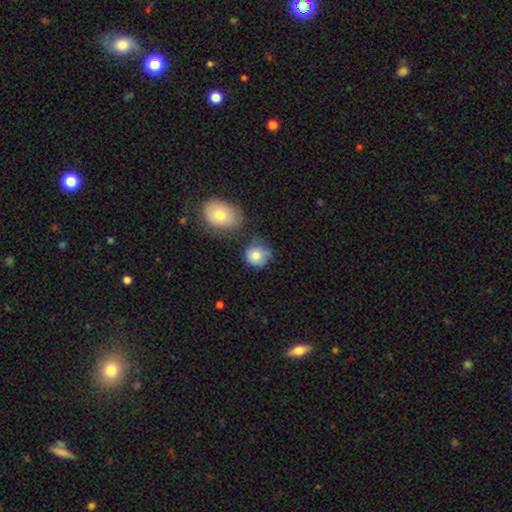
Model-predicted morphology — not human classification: This is likely a smooth galaxy (79%). How rounded: clearly round (82%). Merging: possibly none (54%).